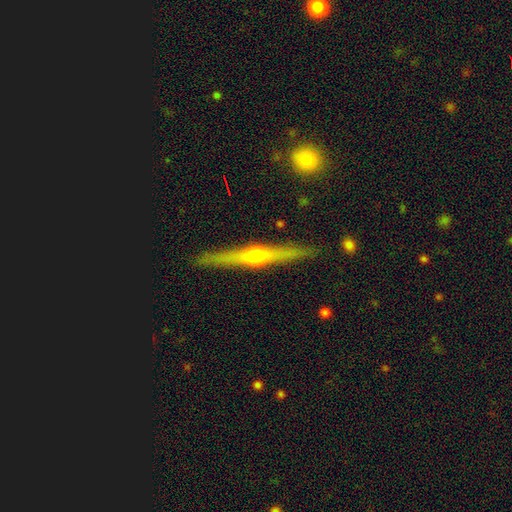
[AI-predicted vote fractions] Smooth or featured? featured or disk (75%)
Edge-on disk? yes (97%)
Edge-on bulge? rounded (93%)
Merging? none (88%)